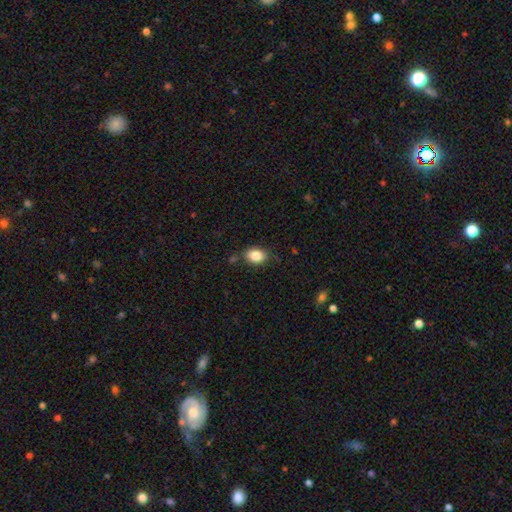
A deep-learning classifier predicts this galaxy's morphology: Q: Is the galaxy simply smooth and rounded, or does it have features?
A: smooth — 85%.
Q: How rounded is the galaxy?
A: in between — 72%.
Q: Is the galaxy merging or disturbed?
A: none — 78%.